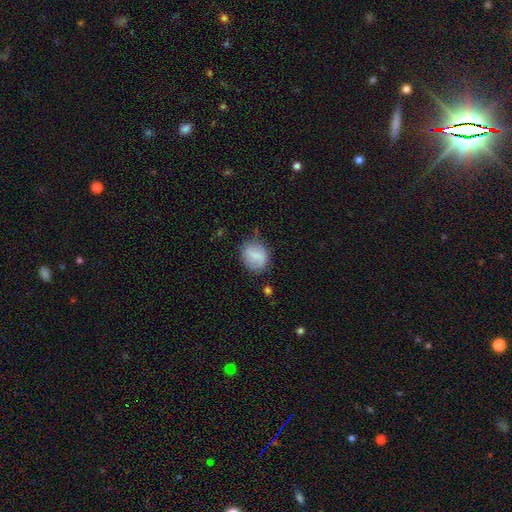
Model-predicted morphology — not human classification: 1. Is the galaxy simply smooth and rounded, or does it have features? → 71% smooth, 21% featured or disk, 8% star or artifact.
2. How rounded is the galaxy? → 59% round, 40% in between, 1% cigar-shaped.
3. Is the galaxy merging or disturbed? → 67% none, 23% minor disturbance, 7% major disturbance, 3% merger.